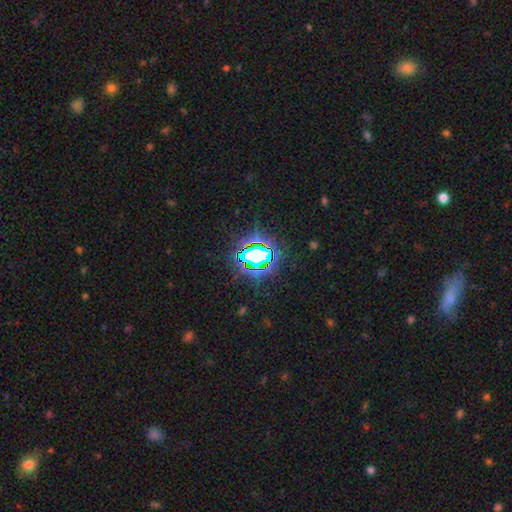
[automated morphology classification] smooth_or_featured: star or artifact (p=0.73) [alt: smooth p=0.16]